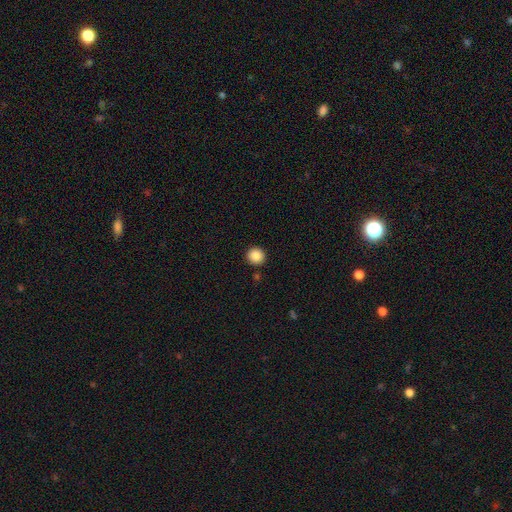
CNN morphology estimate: Q: Smooth or featured?
A: smooth (87%); runner-up: star or artifact (9%)
Q: How rounded?
A: round (93%); runner-up: in between (6%)
Q: Merging?
A: none (91%); runner-up: minor disturbance (5%)